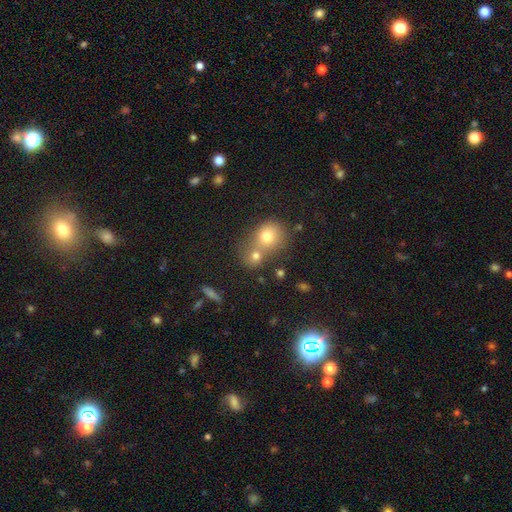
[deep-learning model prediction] smooth_or_featured: smooth (p=0.73) [alt: star or artifact p=0.14]
how_rounded: round (p=0.74) [alt: in between p=0.25]
merging: merger (p=0.57) [alt: none p=0.33]